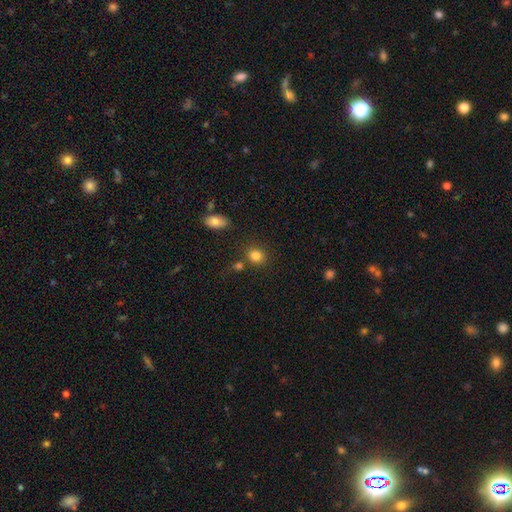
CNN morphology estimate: A smooth galaxy with no disk features (84%) that is round (72%).

Vote fractions:
- Smooth or featured? smooth: 84% / star or artifact: 11% / featured or disk: 6%
- How rounded? round: 72% / in between: 27% / cigar-shaped: 1%
- Merging? none: 75% / minor disturbance: 11% / merger: 11% / major disturbance: 4%